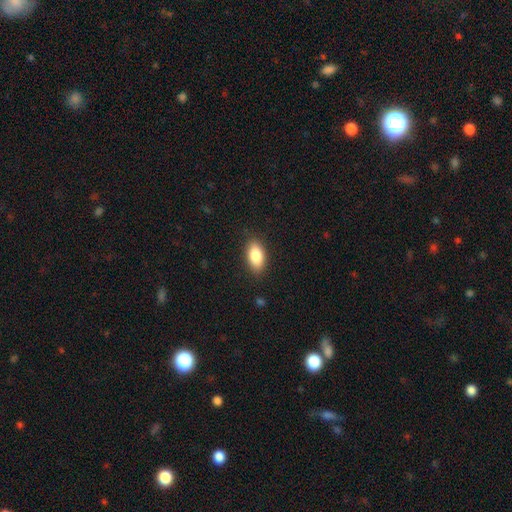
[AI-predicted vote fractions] Smooth or featured: smooth — 85% (featured or disk — 8%)
How rounded: in between — 91% (round — 4%)
Merging: none — 86% (minor disturbance — 11%)